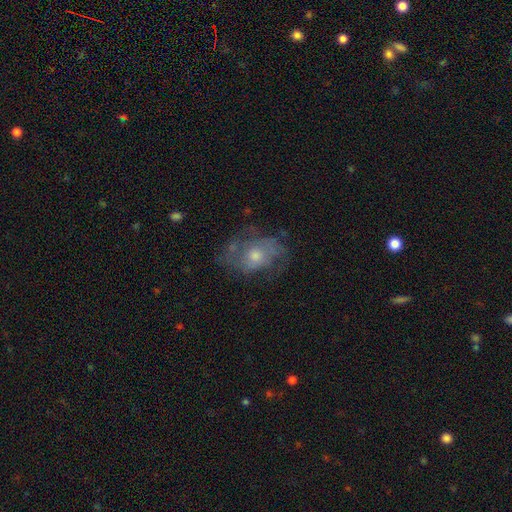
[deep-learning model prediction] The model was most divided on "bulge size": moderate: 53%, small: 37%, large: 6%, none: 3%, dominant: 1%. More confident: edge-on disk — no (96%); bar — no (79%); spiral arms — yes (66%); smooth or featured — featured or disk (59%); merging — none (56%).